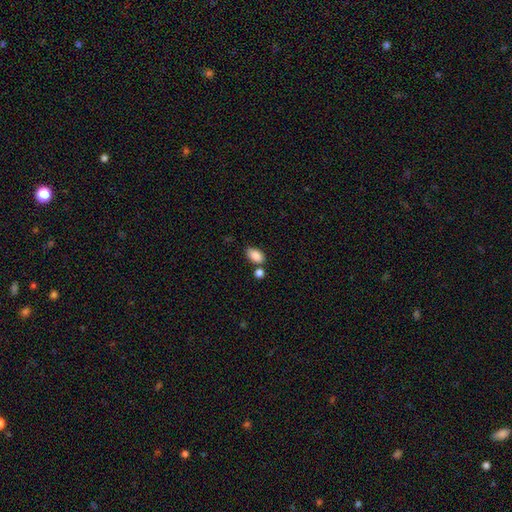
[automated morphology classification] Q: Smooth or featured?
A: smooth (87%); runner-up: star or artifact (8%)
Q: How rounded?
A: in between (91%); runner-up: round (7%)
Q: Merging?
A: none (67%); runner-up: merger (16%)